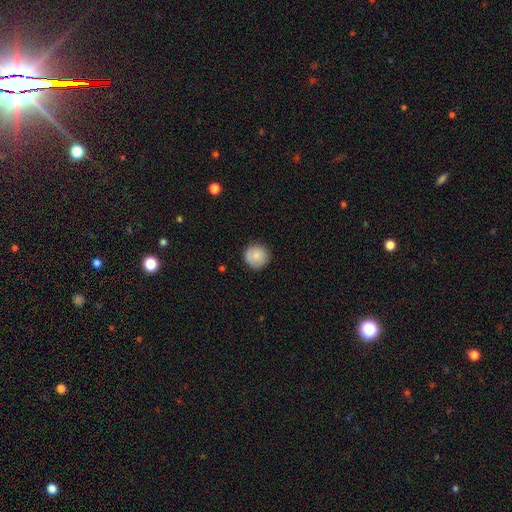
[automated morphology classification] Smooth or featured: smooth — 82% (featured or disk — 11%)
How rounded: round — 95% (in between — 4%)
Merging: none — 88% (minor disturbance — 9%)